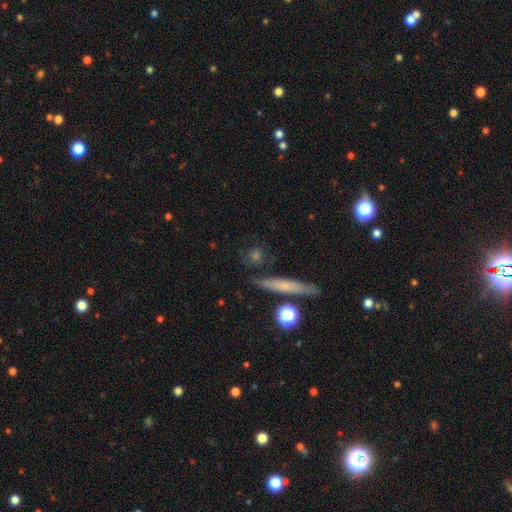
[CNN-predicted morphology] The model was most divided on "how rounded": round: 52%, cigar-shaped: 35%, in between: 13%. More confident: merging — none (80%); smooth or featured — smooth (56%).